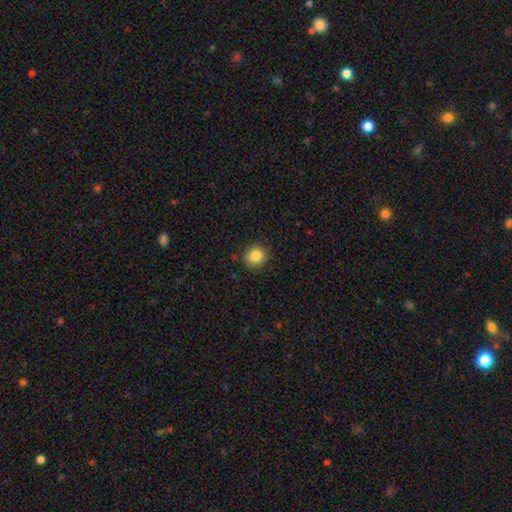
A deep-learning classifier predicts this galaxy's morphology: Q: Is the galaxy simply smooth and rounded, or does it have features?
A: smooth — 85%.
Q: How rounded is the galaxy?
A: round — 88%.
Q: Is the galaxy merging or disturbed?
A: none — 89%.